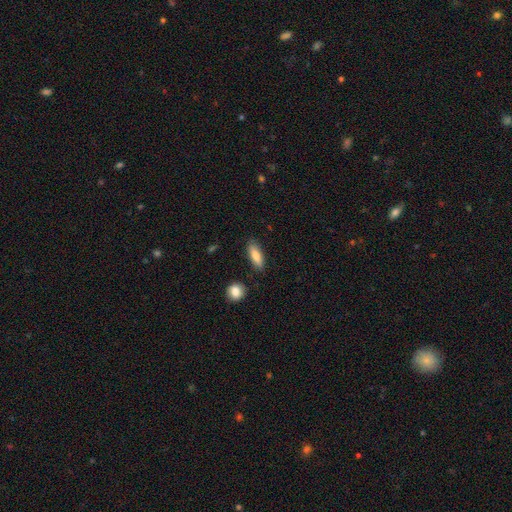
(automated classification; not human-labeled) A smooth galaxy with no disk features (81%) that is in between round and cigar-shaped (57%).

Vote fractions:
- Smooth or featured? smooth: 81% / featured or disk: 12% / star or artifact: 7%
- How rounded? in between: 57% / cigar-shaped: 41% / round: 3%
- Merging? none: 83% / minor disturbance: 12% / merger: 3% / major disturbance: 3%